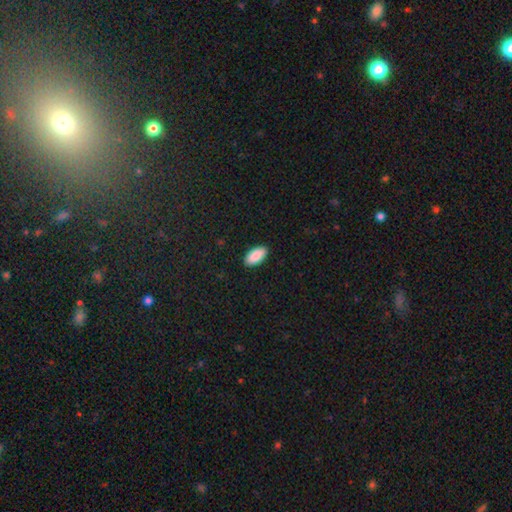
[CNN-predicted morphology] The model was most divided on "merging": none: 90%, minor disturbance: 8%, major disturbance: 2%, merger: 1%. More confident: how rounded — in between (94%); smooth or featured — smooth (90%).